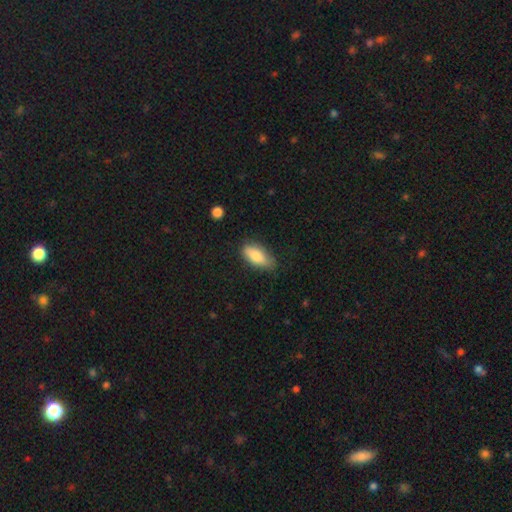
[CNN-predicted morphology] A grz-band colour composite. It shows a smooth galaxy with no disk features (83%) that is in between round and cigar-shaped (81%). Merging: none (73%).